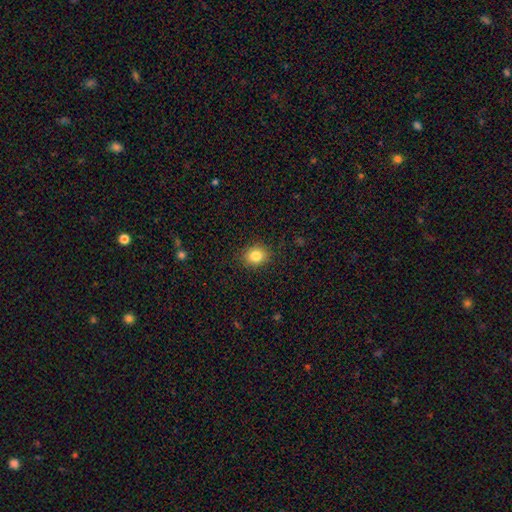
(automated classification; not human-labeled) A smooth galaxy with no disk features (84%) that is round (66%).

Vote fractions:
- Smooth or featured? smooth: 84% / star or artifact: 10% / featured or disk: 6%
- How rounded? round: 66% / in between: 33% / cigar-shaped: 1%
- Merging? none: 89% / minor disturbance: 8% / major disturbance: 2% / merger: 1%